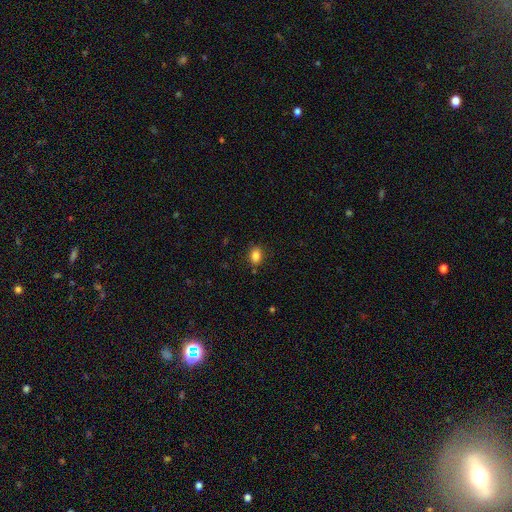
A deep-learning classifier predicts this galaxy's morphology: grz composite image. It shows a smooth galaxy with no disk features (85%) that is in between round and cigar-shaped (78%). Merging: none (84%).